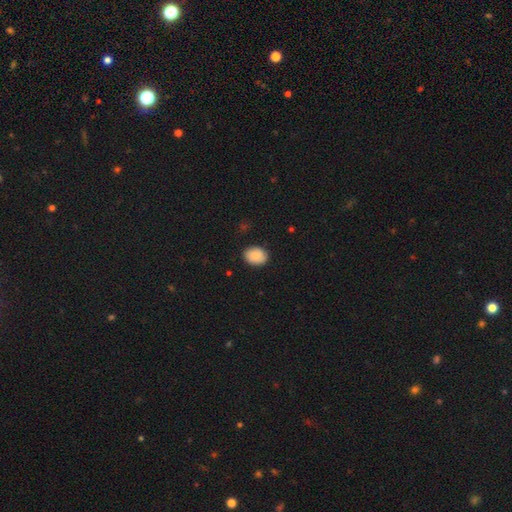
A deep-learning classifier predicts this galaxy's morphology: This is clearly a smooth galaxy (87%). How rounded: likely in between (61%). Merging: clearly none (85%).